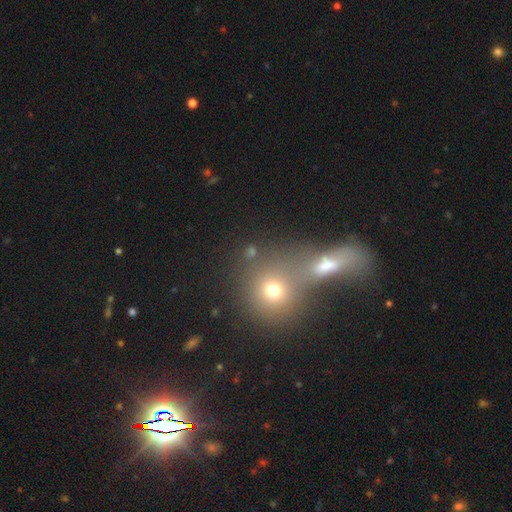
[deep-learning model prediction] Smooth or featured?
  - smooth: 58% *
  - star or artifact: 26%
  - featured or disk: 17%
How rounded?
  - round: 78% *
  - in between: 19%
  - cigar-shaped: 3%
Merging?
  - merger: 60% *
  - none: 29%
  - minor disturbance: 6%
  - major disturbance: 5%